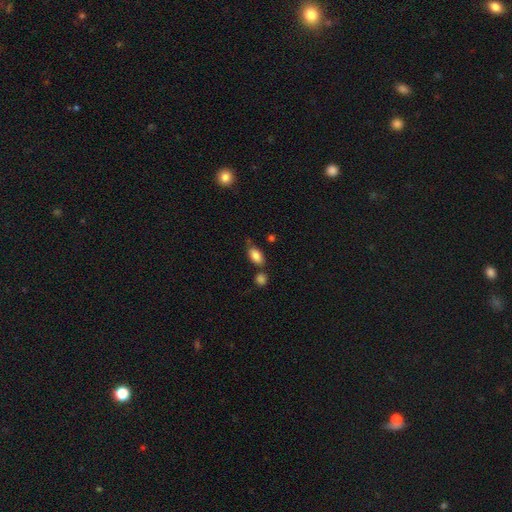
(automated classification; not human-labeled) Smooth or featured? smooth (86%)
How rounded? in between (90%)
Merging? none (65%)